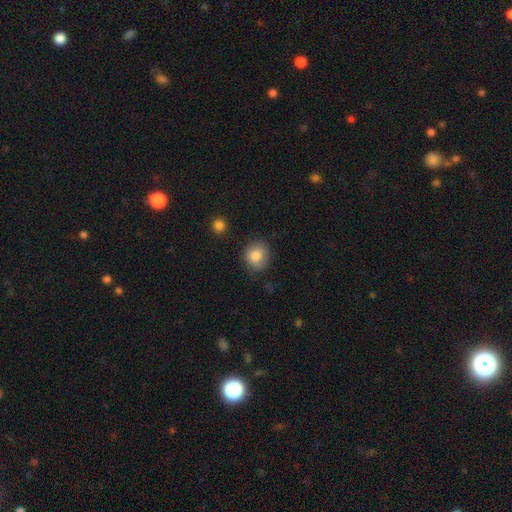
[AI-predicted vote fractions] Q: Smooth or featured?
A: smooth (84%); runner-up: star or artifact (8%)
Q: How rounded?
A: round (80%); runner-up: in between (19%)
Q: Merging?
A: none (79%); runner-up: minor disturbance (15%)